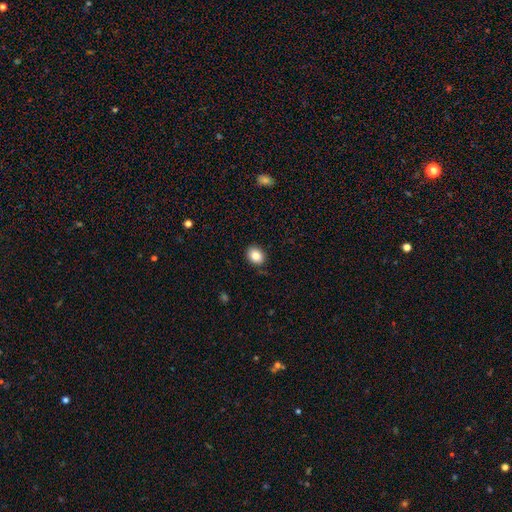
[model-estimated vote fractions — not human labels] This appears to be a smooth galaxy with no disk features (85%) that is in between round and cigar-shaped (54%). Merging: none (87%).